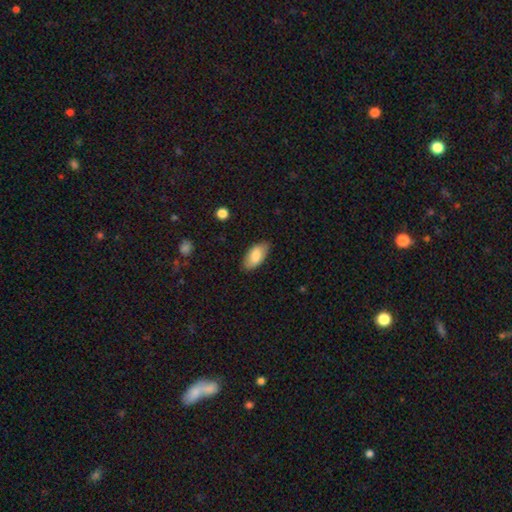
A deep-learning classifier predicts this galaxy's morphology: Overall: smooth (80%). How rounded: in between (92%). Merging: none (82%).